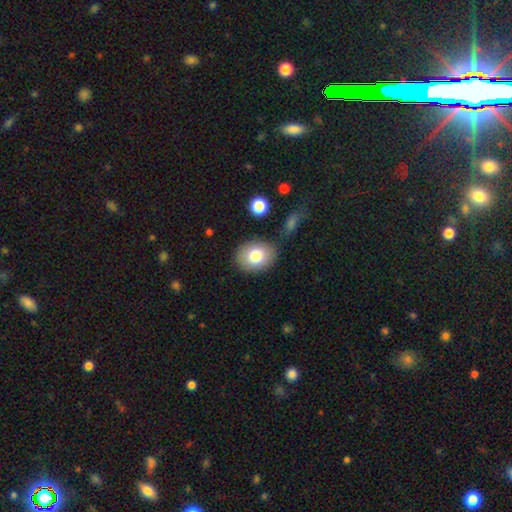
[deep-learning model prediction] Morphology: type=smooth (78%); roundness=in between (58%); merging=none (79%).